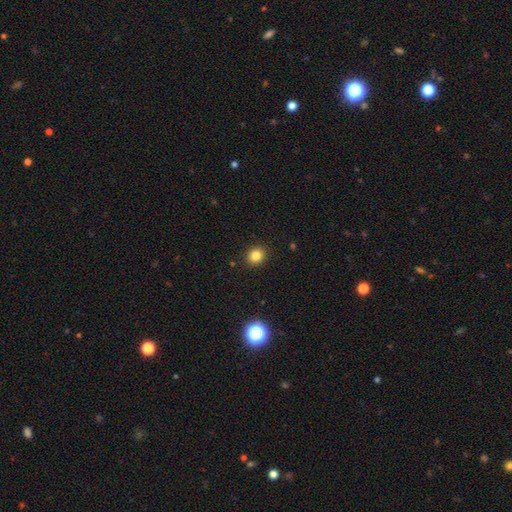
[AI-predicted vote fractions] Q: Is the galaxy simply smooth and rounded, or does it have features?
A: smooth — 82%.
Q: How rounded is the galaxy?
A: round — 74%.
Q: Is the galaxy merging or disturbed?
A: none — 91%.